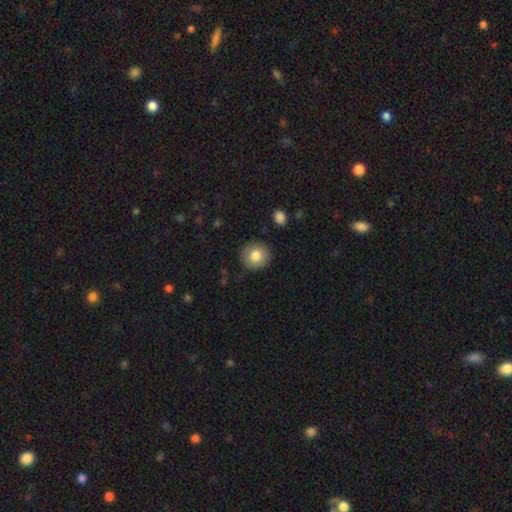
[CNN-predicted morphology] Smooth or featured? Predicted: smooth (p=0.81). How rounded? Predicted: round (p=0.91). Merging? Predicted: none (p=0.86).